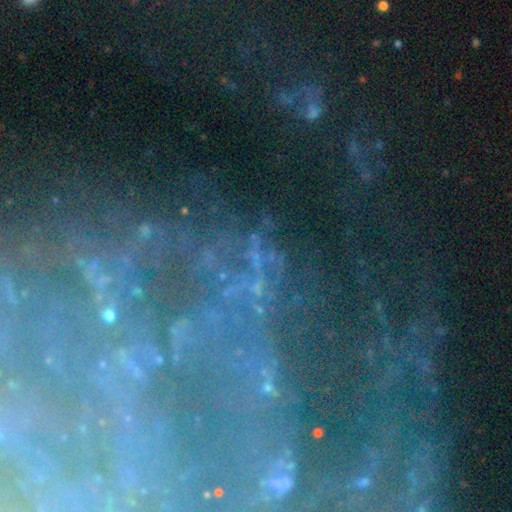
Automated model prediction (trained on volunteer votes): Smooth or featured? star or artifact (48%)